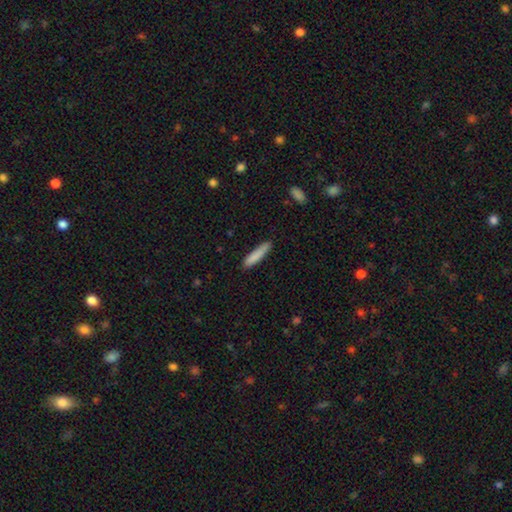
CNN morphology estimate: The model was most divided on "merging": none: 82%, minor disturbance: 14%, major disturbance: 2%, merger: 1%. More confident: how rounded — cigar-shaped (87%); smooth or featured — smooth (84%).